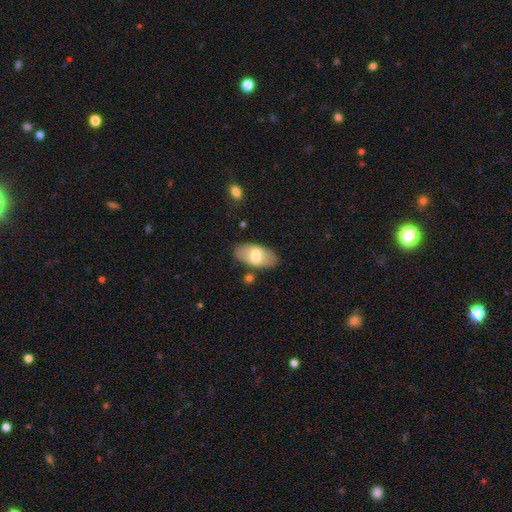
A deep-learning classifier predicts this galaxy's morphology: smooth-or-featured: smooth: 59% | featured or disk: 35% | star or artifact: 6%
  how-rounded: in between: 93% | round: 4% | cigar-shaped: 3%
  merging: none: 79% | minor disturbance: 13% | major disturbance: 4% | merger: 4%